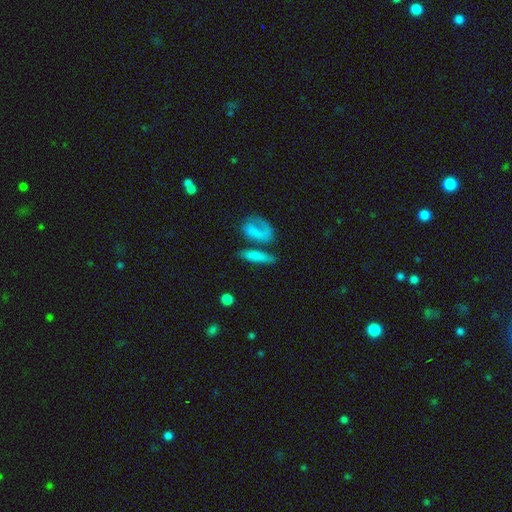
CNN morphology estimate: This is likely a smooth galaxy (70%). How rounded: likely cigar-shaped (62%). Merging: likely none (60%).